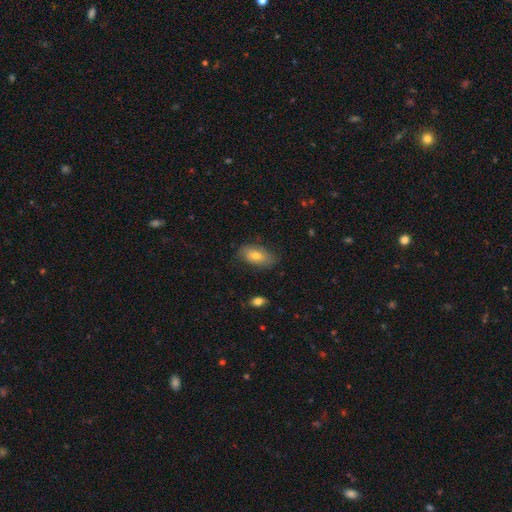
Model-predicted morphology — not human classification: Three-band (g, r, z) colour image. It shows a smooth galaxy with no disk features (69%) that is in between round and cigar-shaped (89%). Merging: none (76%).